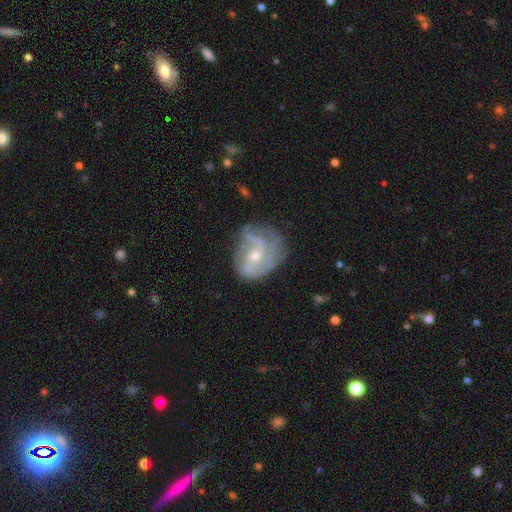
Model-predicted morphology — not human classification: This appears to be a featured or disk galaxy (76%) with no bar (54%), 2 (30%) medium (41%) spiral arms (87%) and a small central bulge (49%). Merging: none (52%).